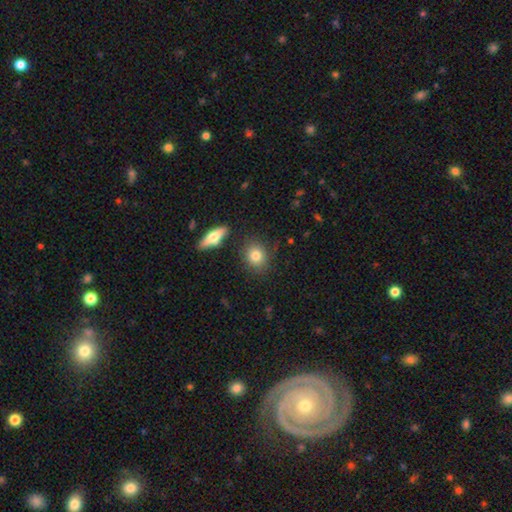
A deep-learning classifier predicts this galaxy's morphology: Smooth or featured: smooth — 80% (featured or disk — 12%)
How rounded: round — 68% (in between — 30%)
Merging: none — 81% (minor disturbance — 10%)